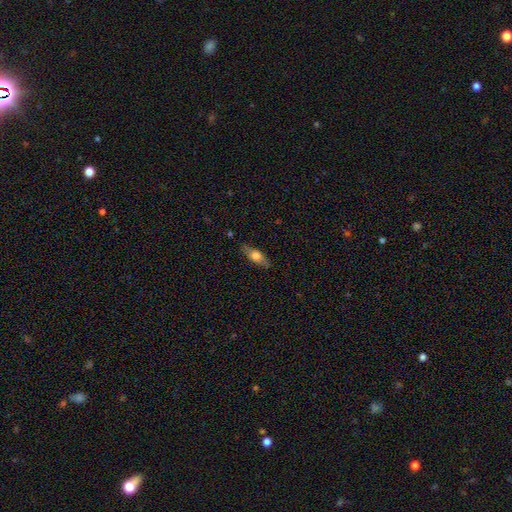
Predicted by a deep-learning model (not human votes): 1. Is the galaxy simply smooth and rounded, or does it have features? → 58% smooth, 35% featured or disk, 7% star or artifact.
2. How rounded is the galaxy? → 63% in between, 33% cigar-shaped, 4% round.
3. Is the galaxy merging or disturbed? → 82% none, 14% minor disturbance, 3% major disturbance, 1% merger.